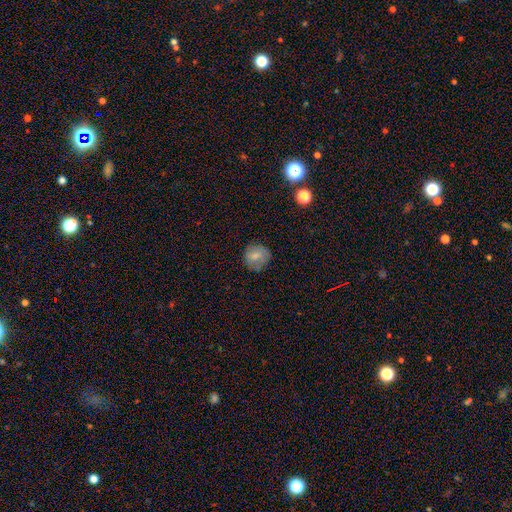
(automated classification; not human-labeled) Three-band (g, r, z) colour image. It shows a smooth galaxy with no disk features (76%) that is round (87%). Merging: none (76%).